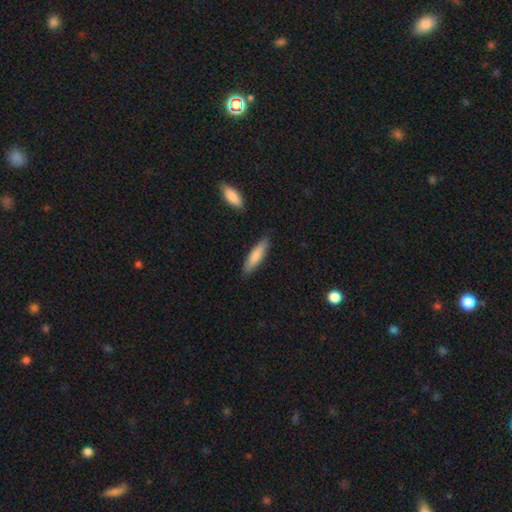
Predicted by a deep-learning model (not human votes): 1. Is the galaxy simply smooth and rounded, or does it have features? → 80% smooth, 15% featured or disk, 5% star or artifact.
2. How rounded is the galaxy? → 71% cigar-shaped, 28% in between, 1% round.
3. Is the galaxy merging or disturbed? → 85% none, 11% minor disturbance, 2% merger, 2% major disturbance.